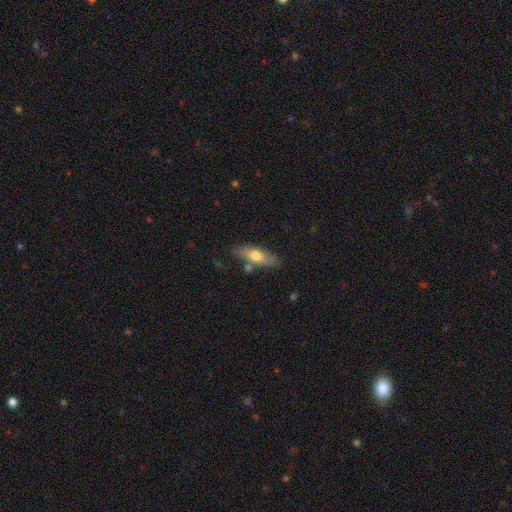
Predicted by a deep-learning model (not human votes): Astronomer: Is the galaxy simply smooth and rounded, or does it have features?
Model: smooth — 64%.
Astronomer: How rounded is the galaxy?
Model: in between — 61% (runner-up: cigar-shaped, 36%).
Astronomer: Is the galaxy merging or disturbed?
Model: none — 77%.